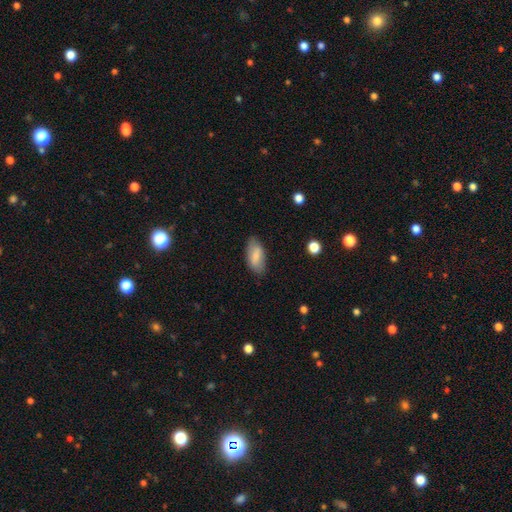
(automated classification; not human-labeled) This appears to be a smooth galaxy with no disk features (76%) that is in between round and cigar-shaped (91%). Merging: none (78%).